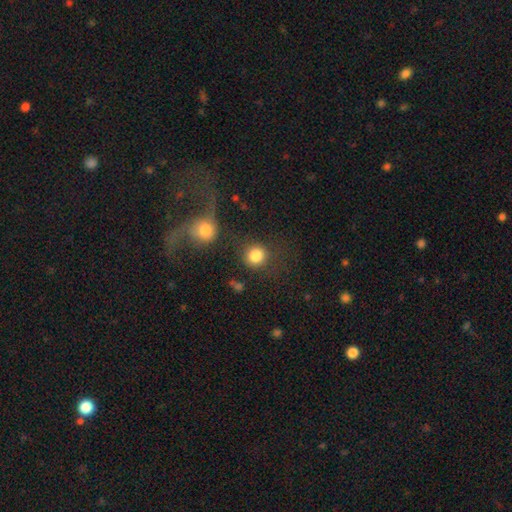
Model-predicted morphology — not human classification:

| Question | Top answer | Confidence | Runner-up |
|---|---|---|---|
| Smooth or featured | smooth | 85% | star or artifact (10%) |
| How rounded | round | 90% | in between (9%) |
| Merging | none | 69% | merger (13%) |